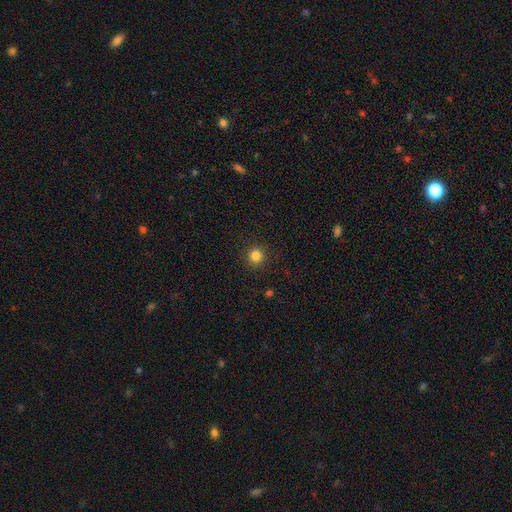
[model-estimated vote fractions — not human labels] Smooth or featured? smooth (83%)
How rounded? round (94%)
Merging? none (92%)